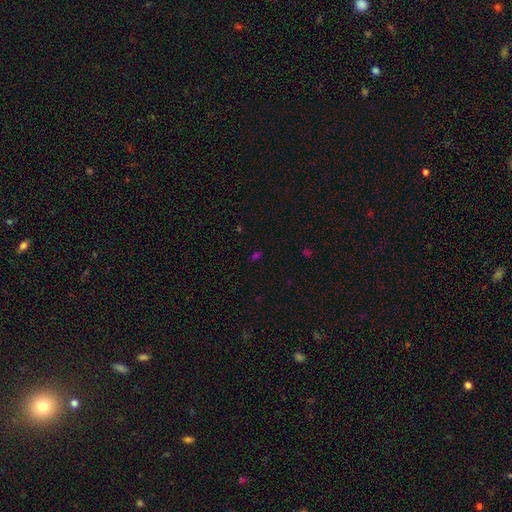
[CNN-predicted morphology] Overall: smooth (51%; star or artifact 42%). How rounded: in between (73%). Merging: none (79%).